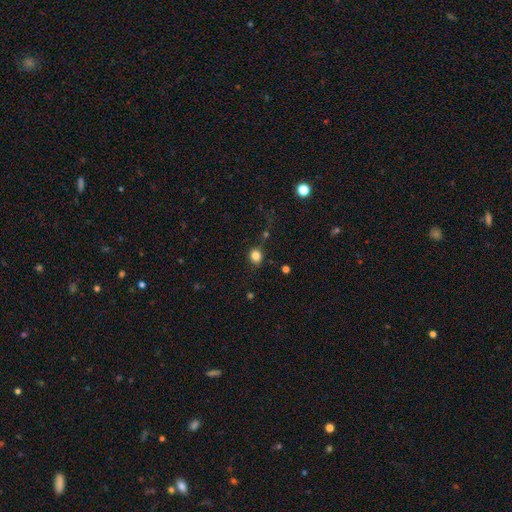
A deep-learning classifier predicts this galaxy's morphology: A smooth galaxy with no disk features (83%) that is round (69%).

Vote fractions:
- Smooth or featured? smooth: 83% / star or artifact: 12% / featured or disk: 5%
- How rounded? round: 69% / in between: 30% / cigar-shaped: 1%
- Merging? none: 83% / minor disturbance: 11% / major disturbance: 3% / merger: 3%